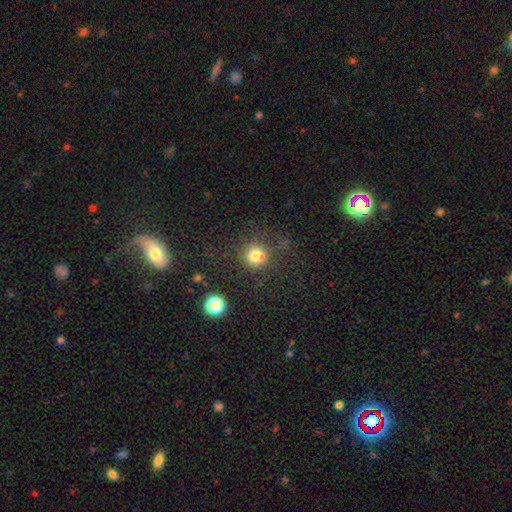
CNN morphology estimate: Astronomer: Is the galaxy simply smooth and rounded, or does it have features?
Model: smooth — 74%.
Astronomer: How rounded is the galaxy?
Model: round — 88%.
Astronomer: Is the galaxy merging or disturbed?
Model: none — 61%.